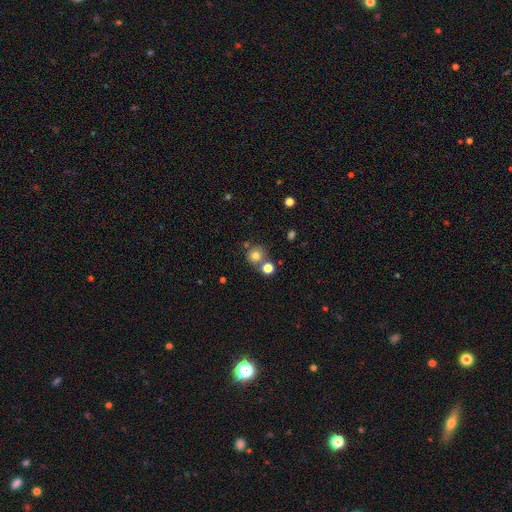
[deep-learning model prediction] This appears to be a smooth galaxy with no disk features (77%) that is round (91%). Merging: none (67%).